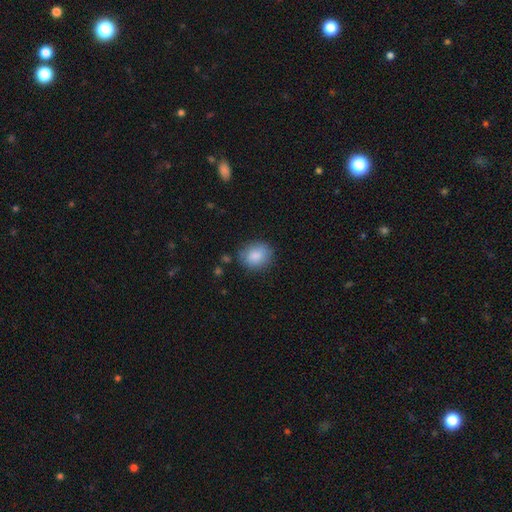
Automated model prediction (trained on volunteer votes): Overall: smooth (87%). How rounded: round (66%; in between 33%). Merging: none (81%).